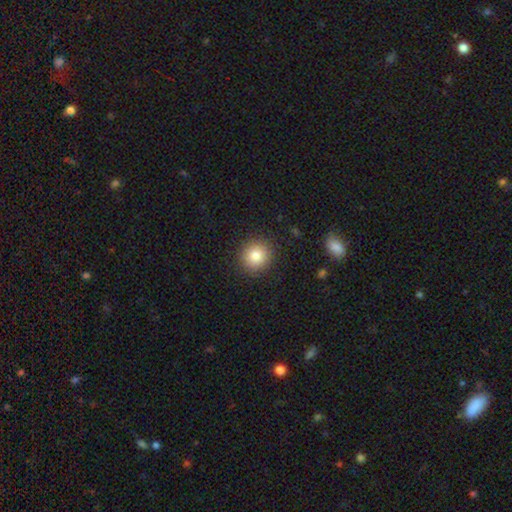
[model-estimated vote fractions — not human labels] A smooth galaxy with no disk features (83%) that is round (91%).

Vote fractions:
- Smooth or featured? smooth: 83% / star or artifact: 10% / featured or disk: 7%
- How rounded? round: 91% / in between: 8% / cigar-shaped: 1%
- Merging? none: 90% / minor disturbance: 7% / major disturbance: 2% / merger: 1%